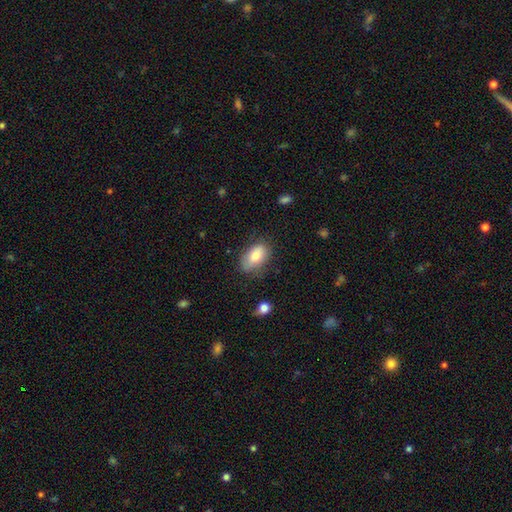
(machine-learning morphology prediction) smooth_or_featured: smooth (p=0.78) [alt: featured or disk p=0.14]
how_rounded: in between (p=0.91) [alt: round p=0.07]
merging: none (p=0.72) [alt: minor disturbance p=0.21]